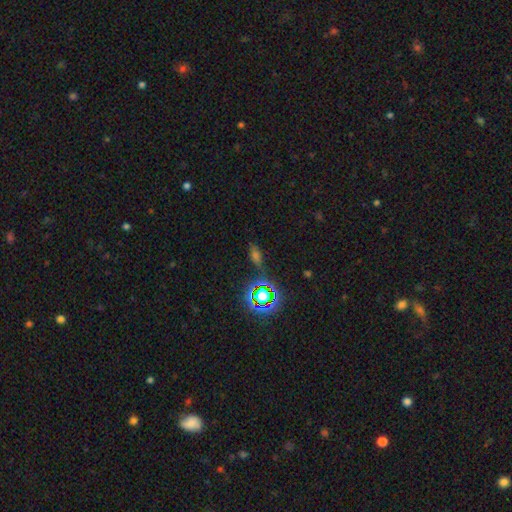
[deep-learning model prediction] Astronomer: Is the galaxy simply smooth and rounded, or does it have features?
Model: star or artifact — 45% (runner-up: smooth, 39%).